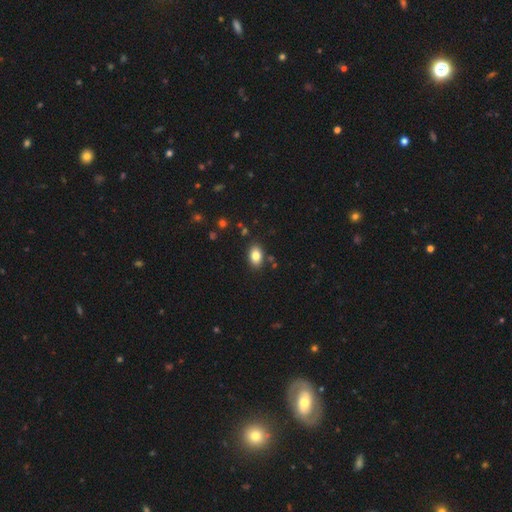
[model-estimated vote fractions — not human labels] Smooth or featured: smooth — 83% (star or artifact — 9%)
How rounded: in between — 86% (round — 13%)
Merging: none — 86% (minor disturbance — 10%)